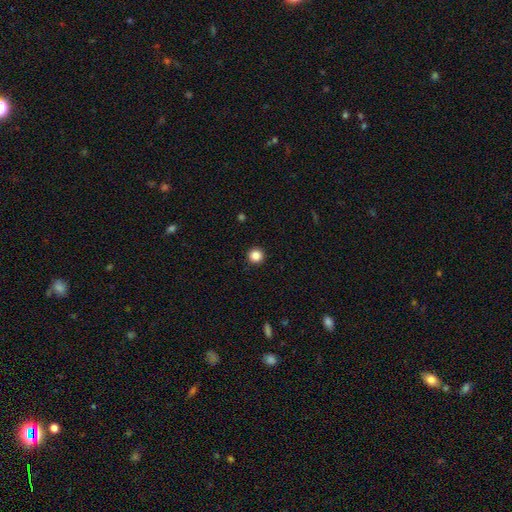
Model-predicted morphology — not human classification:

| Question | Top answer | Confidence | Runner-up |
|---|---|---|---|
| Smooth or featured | smooth | 86% | star or artifact (11%) |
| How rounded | round | 96% | in between (3%) |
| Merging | none | 93% | minor disturbance (4%) |